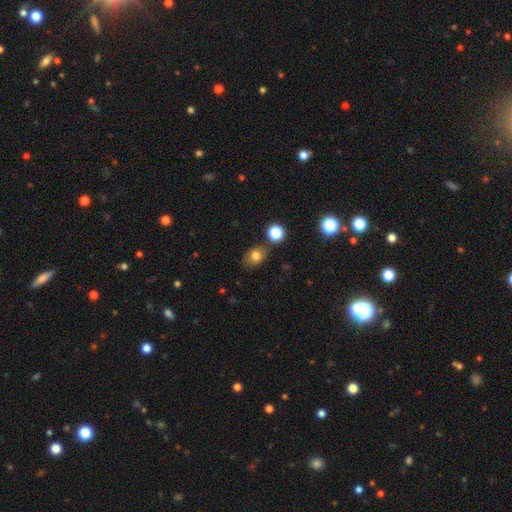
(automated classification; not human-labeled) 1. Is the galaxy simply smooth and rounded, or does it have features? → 76% smooth, 13% star or artifact, 11% featured or disk.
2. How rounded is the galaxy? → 61% in between, 37% round, 1% cigar-shaped.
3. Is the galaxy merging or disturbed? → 71% none, 16% minor disturbance, 8% merger, 4% major disturbance.